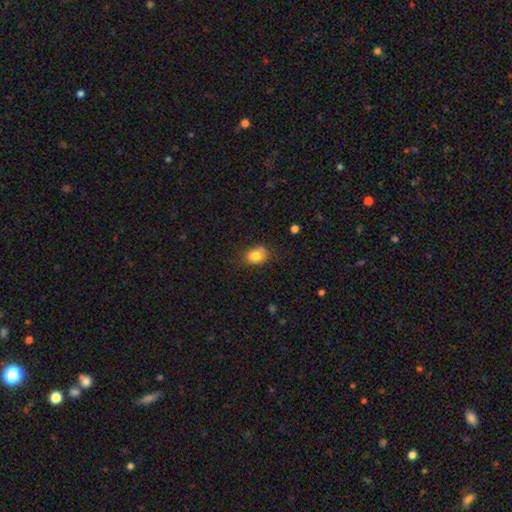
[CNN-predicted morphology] Smooth or featured?
  - smooth: 82% *
  - star or artifact: 10%
  - featured or disk: 8%
How rounded?
  - in between: 62% *
  - round: 37%
  - cigar-shaped: 1%
Merging?
  - none: 66% *
  - minor disturbance: 24%
  - major disturbance: 6%
  - merger: 4%